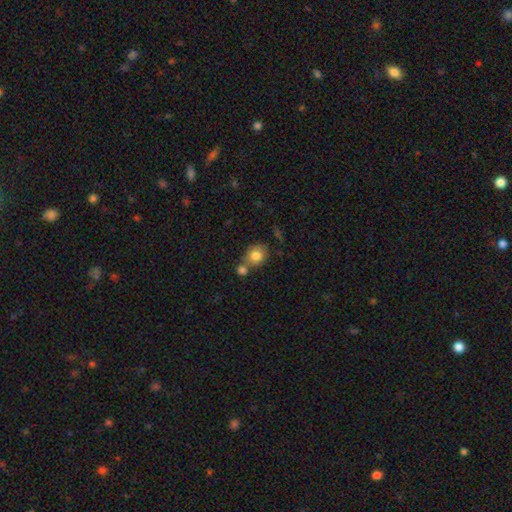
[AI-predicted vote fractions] Q: Smooth or featured?
A: smooth (81%); runner-up: featured or disk (10%)
Q: How rounded?
A: round (67%); runner-up: in between (32%)
Q: Merging?
A: none (51%); runner-up: merger (33%)